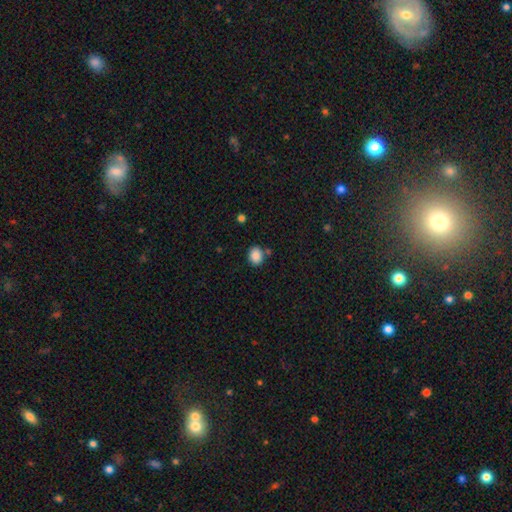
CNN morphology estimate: A smooth galaxy with no disk features (87%) that is in between round and cigar-shaped (50%).

Vote fractions:
- Smooth or featured? smooth: 87% / star or artifact: 9% / featured or disk: 4%
- How rounded? in between: 50% / round: 49% / cigar-shaped: 1%
- Merging? none: 74% / minor disturbance: 13% / merger: 9% / major disturbance: 4%